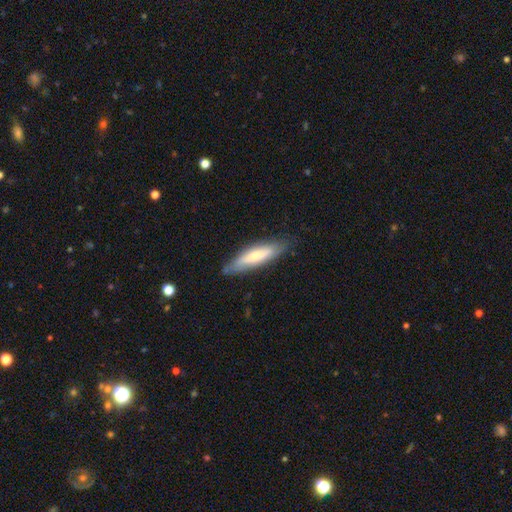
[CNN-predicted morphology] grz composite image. It shows a smooth galaxy with no disk features (58%) that is cigar-shaped (68%). Merging: none (78%).